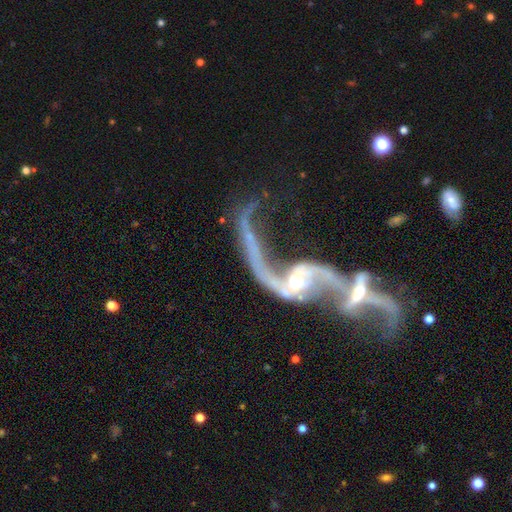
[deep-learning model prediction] Smooth or featured?
  - featured or disk: 86% *
  - star or artifact: 8%
  - smooth: 6%
Edge-on disk?
  - no: 94% *
  - yes: 6%
Bar?
  - no: 53% *
  - weak: 30%
  - strong: 16%
Spiral arms?
  - yes: 88% *
  - no: 12%
Spiral winding?
  - loose: 87% *
  - medium: 9%
  - tight: 3%
Spiral arm count?
  - 2: 78% *
  - 1: 11%
  - can't tell: 6%
  - 3: 2%
  - 4: 2%
  - more than 4: 2%
Bulge size?
  - small: 53% *
  - moderate: 34%
  - none: 8%
  - large: 3%
  - dominant: 2%
Merging?
  - merger: 69% *
  - major disturbance: 15%
  - none: 10%
  - minor disturbance: 6%